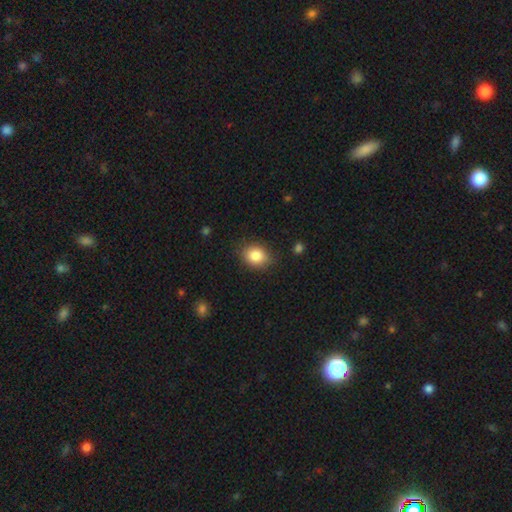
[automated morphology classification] Smooth or featured?
  - smooth: 84% *
  - star or artifact: 9%
  - featured or disk: 7%
How rounded?
  - in between: 52% *
  - round: 47%
  - cigar-shaped: 1%
Merging?
  - none: 82% *
  - minor disturbance: 13%
  - major disturbance: 3%
  - merger: 1%